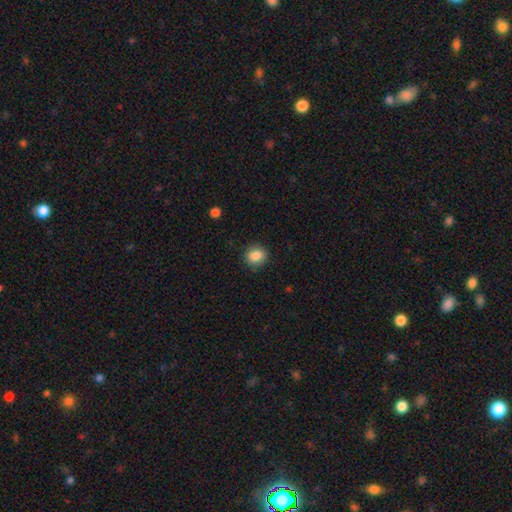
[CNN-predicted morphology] smooth_or_featured: smooth (p=0.87) [alt: star or artifact p=0.09]
how_rounded: round (p=0.71) [alt: in between p=0.28]
merging: none (p=0.86) [alt: minor disturbance p=0.11]